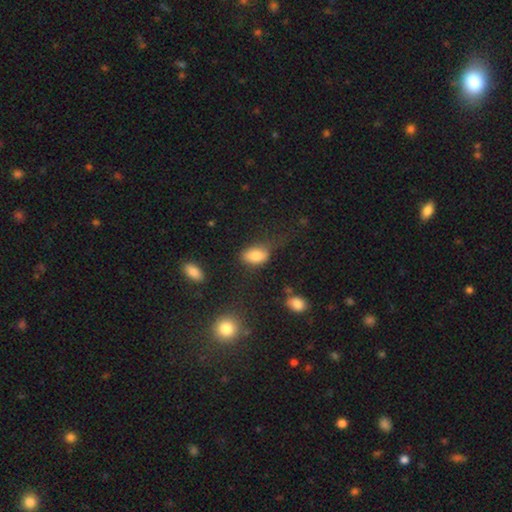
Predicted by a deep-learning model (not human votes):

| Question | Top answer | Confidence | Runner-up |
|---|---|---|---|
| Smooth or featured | smooth | 82% | featured or disk (9%) |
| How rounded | in between | 89% | round (9%) |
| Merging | none | 51% | minor disturbance (29%) |